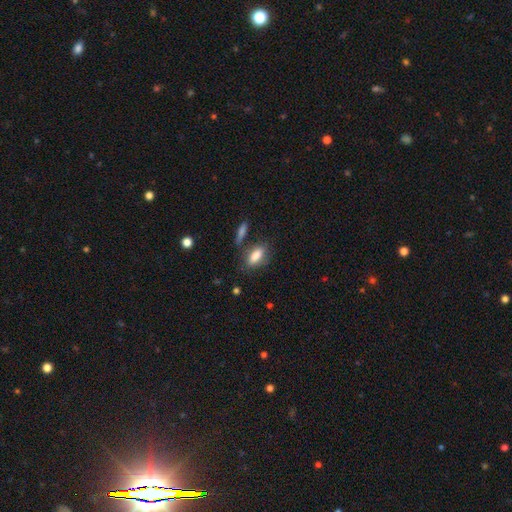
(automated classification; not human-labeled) Smooth or featured? Predicted: smooth (p=0.82). How rounded? Predicted: in between (p=0.82). Merging? Predicted: none (p=0.68).